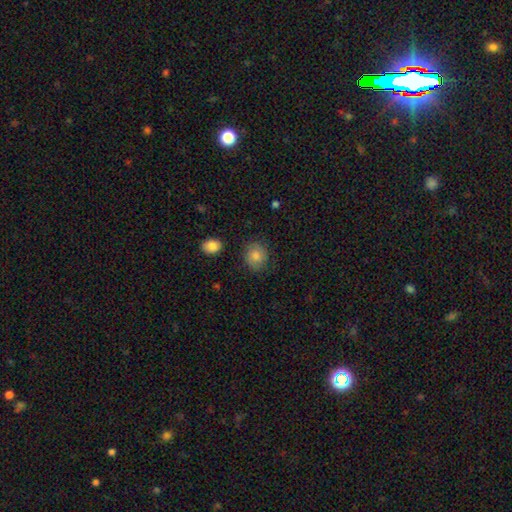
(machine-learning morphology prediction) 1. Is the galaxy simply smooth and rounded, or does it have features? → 73% smooth, 16% featured or disk, 11% star or artifact.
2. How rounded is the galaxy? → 76% round, 23% in between, 1% cigar-shaped.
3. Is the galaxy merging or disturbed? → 81% none, 13% minor disturbance, 4% major disturbance, 2% merger.